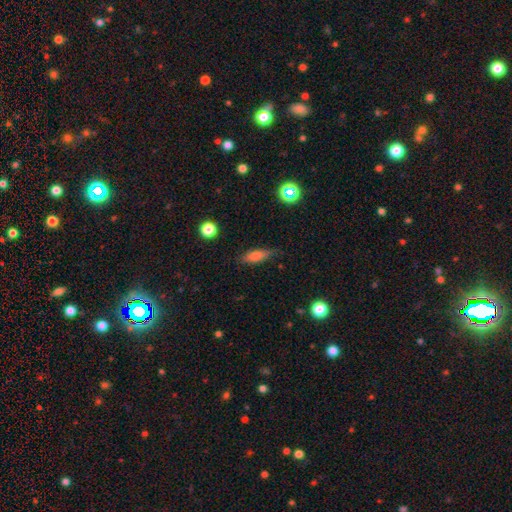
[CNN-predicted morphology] Overall: smooth (66%). How rounded: in between (52%; cigar-shaped 43%). Merging: none (75%).